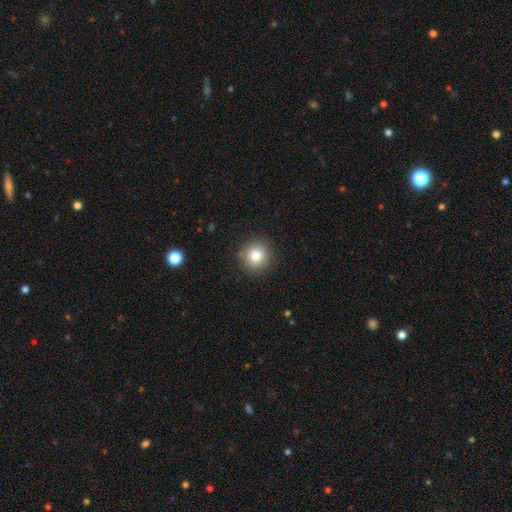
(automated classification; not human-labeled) Smooth or featured?
  - smooth: 81% *
  - star or artifact: 11%
  - featured or disk: 8%
How rounded?
  - round: 92% *
  - in between: 7%
  - cigar-shaped: 1%
Merging?
  - none: 89% *
  - minor disturbance: 7%
  - major disturbance: 2%
  - merger: 1%